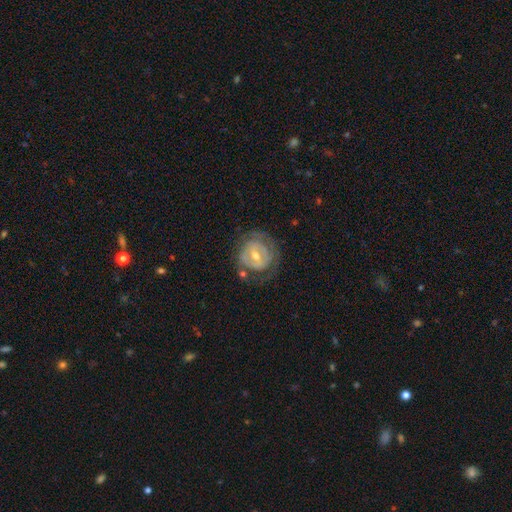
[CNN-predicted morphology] A featured or disk galaxy (72%) with a weak bar (45%), spiral arms (59%) and a moderate central bulge (55%).

Vote fractions:
- Smooth or featured? featured or disk: 72% / smooth: 21% / star or artifact: 6%
- Edge-on disk? no: 96% / yes: 4%
- Bar? weak: 45% / no: 31% / strong: 24%
- Spiral arms? yes: 59% / no: 41%
- Bulge size? moderate: 55% / small: 41% / large: 2% / none: 1% / dominant: 1%
- Merging? none: 64% / minor disturbance: 19% / major disturbance: 14% / merger: 3%